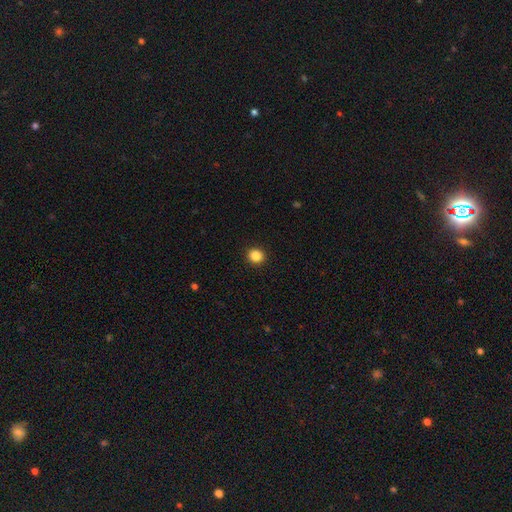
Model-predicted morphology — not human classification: Q: Smooth or featured?
A: smooth (86%); runner-up: star or artifact (11%)
Q: How rounded?
A: round (90%); runner-up: in between (9%)
Q: Merging?
A: none (93%); runner-up: minor disturbance (5%)